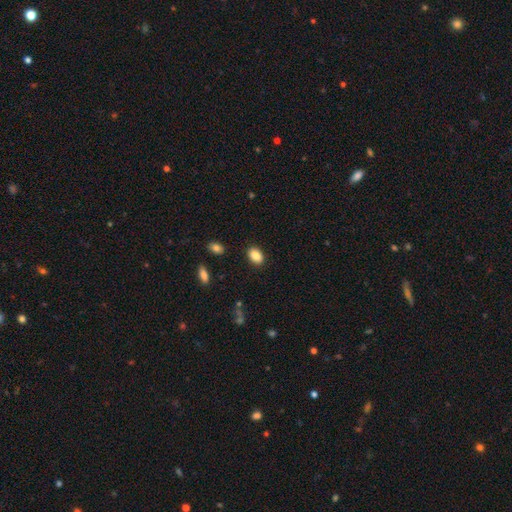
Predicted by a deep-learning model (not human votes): smooth-or-featured: smooth: 87% | star or artifact: 8% | featured or disk: 5%
  how-rounded: in between: 84% | round: 15% | cigar-shaped: 1%
  merging: none: 87% | minor disturbance: 9% | major disturbance: 2% | merger: 2%